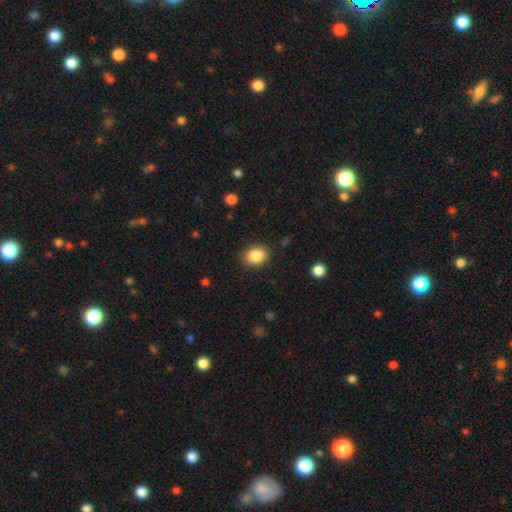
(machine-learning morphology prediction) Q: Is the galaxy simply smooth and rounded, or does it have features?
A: smooth — 86%.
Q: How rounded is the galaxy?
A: in between — 58%.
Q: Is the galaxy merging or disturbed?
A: none — 88%.